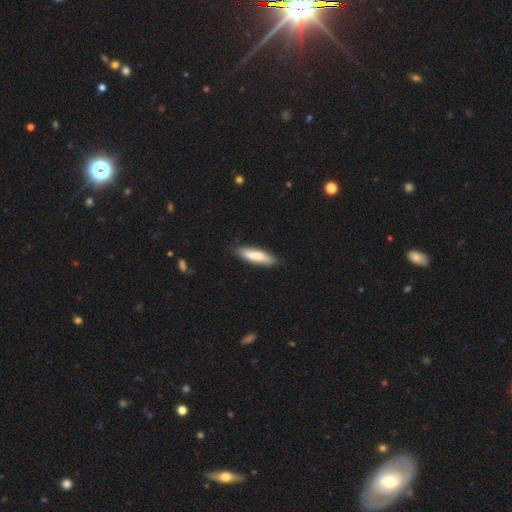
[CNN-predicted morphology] smooth-or-featured: smooth: 75% | featured or disk: 19% | star or artifact: 6%
  how-rounded: cigar-shaped: 68% | in between: 31% | round: 1%
  merging: none: 83% | minor disturbance: 13% | major disturbance: 2% | merger: 2%